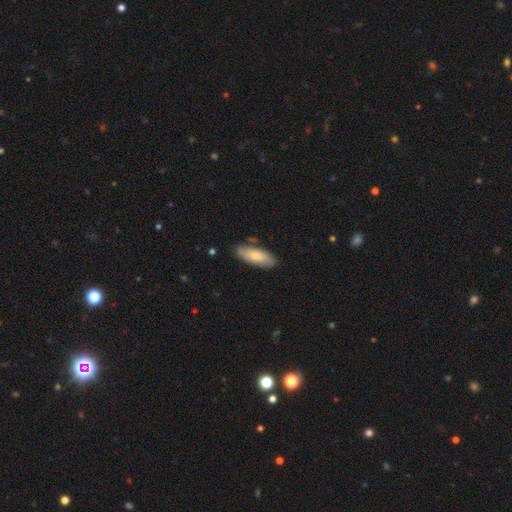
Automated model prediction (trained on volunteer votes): A smooth galaxy with no disk features (76%) that is in between round and cigar-shaped (74%).

Vote fractions:
- Smooth or featured? smooth: 76% / featured or disk: 19% / star or artifact: 6%
- How rounded? in between: 74% / cigar-shaped: 24% / round: 2%
- Merging? none: 80% / minor disturbance: 14% / merger: 3% / major disturbance: 3%